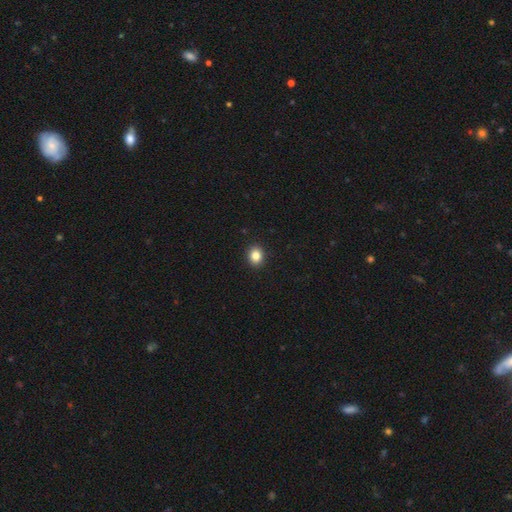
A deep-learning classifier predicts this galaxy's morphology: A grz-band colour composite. It shows a smooth galaxy with no disk features (85%) that is round (65%). Merging: none (92%).